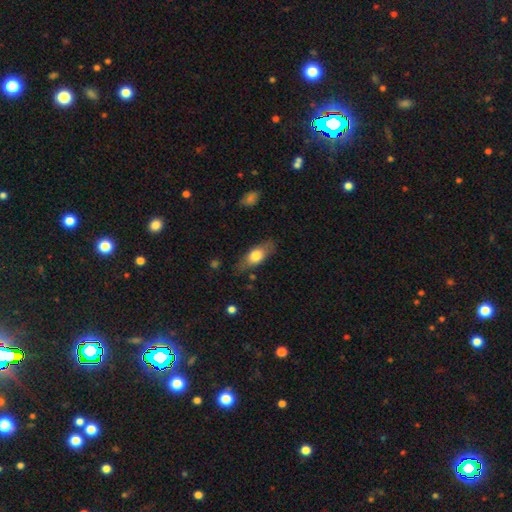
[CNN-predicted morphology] The model was most divided on "smooth or featured": smooth: 66%, featured or disk: 27%, star or artifact: 6%. More confident: merging — none (78%); how rounded — in between (74%).